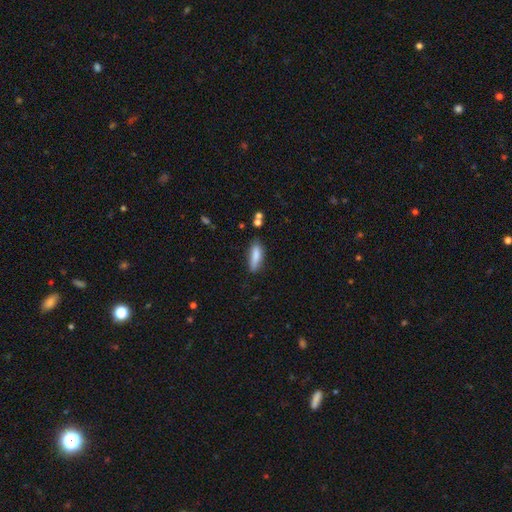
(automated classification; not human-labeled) A smooth galaxy with no disk features (81%) that is cigar-shaped (53%).

Vote fractions:
- Smooth or featured? smooth: 81% / featured or disk: 11% / star or artifact: 7%
- How rounded? cigar-shaped: 53% / in between: 45% / round: 2%
- Merging? none: 71% / minor disturbance: 20% / major disturbance: 5% / merger: 4%